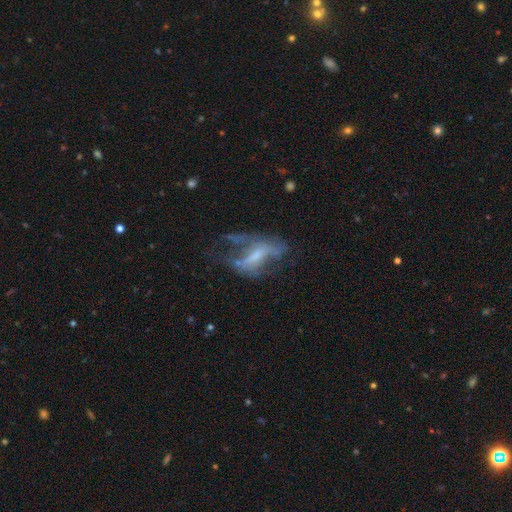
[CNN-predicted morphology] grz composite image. It shows a featured or disk galaxy (66%) with no bar (37%), no spiral arms (50%, tied with yes) and a small central bulge (45%). Merging: major disturbance (43%).